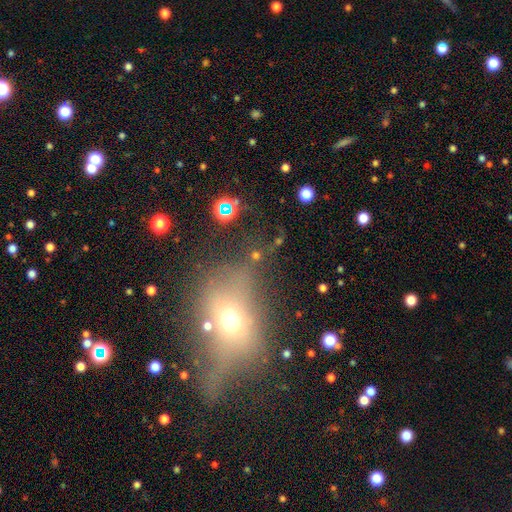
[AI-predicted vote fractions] smooth-or-featured: smooth: 43% | star or artifact: 37% | featured or disk: 20%
  merging: none: 48% | major disturbance: 21% | minor disturbance: 16% | merger: 14%